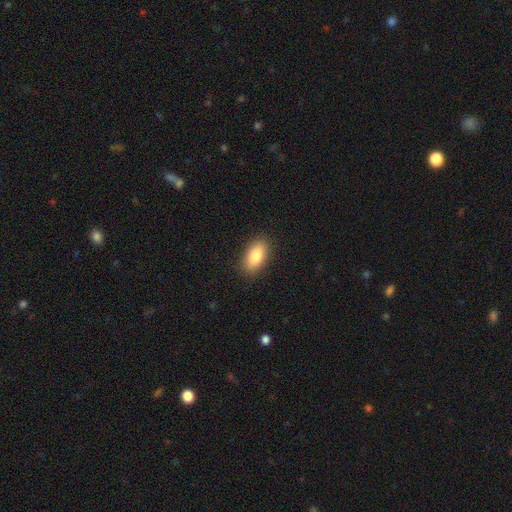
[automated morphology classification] This appears to be a smooth galaxy with no disk features (85%) that is in between round and cigar-shaped (91%). Merging: none (88%).